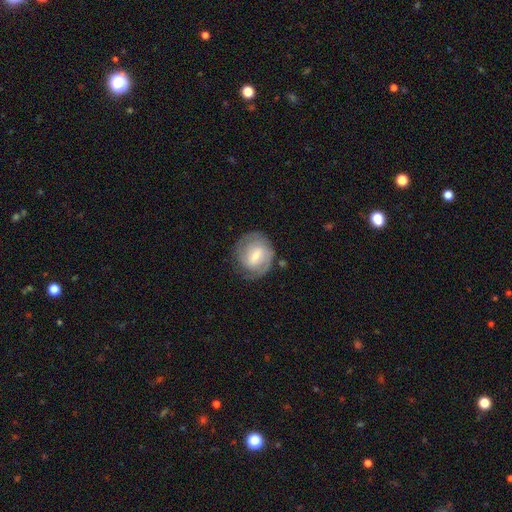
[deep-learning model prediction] Morphology: type=featured or disk (66%); edge-on=no (97%); bar=weak (56%); spiral arms=yes (86%); winding=tight (57%); arm count=2 (56%); bulge=small (52%); merging=none (75%).